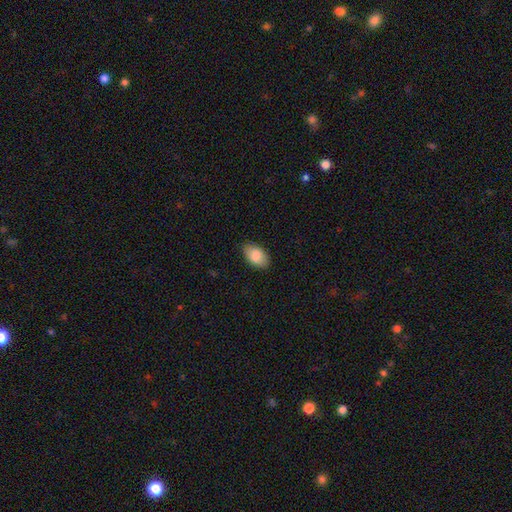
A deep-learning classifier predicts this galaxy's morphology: type=smooth (84%); roundness=in between (94%); merging=none (85%).